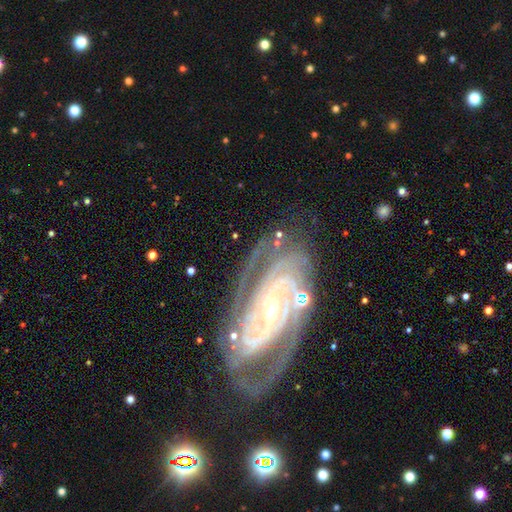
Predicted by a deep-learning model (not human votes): This is clearly a featured or disk galaxy (89%). It is clearly not viewed edge-on (94%). Bar: marginally no (45%). Spiral arm pattern: clearly yes (97%). Spiral arm count: marginally 2 (40%). Spiral winding: likely tight (66%). Central bulge: likely small (76%). Merging: likely none (76%).